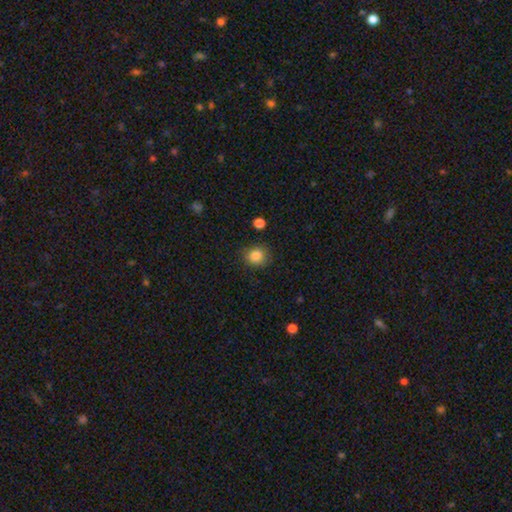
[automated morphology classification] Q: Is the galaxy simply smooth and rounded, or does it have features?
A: smooth — 85%.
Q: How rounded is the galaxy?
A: round — 80%.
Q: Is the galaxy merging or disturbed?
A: none — 82%.